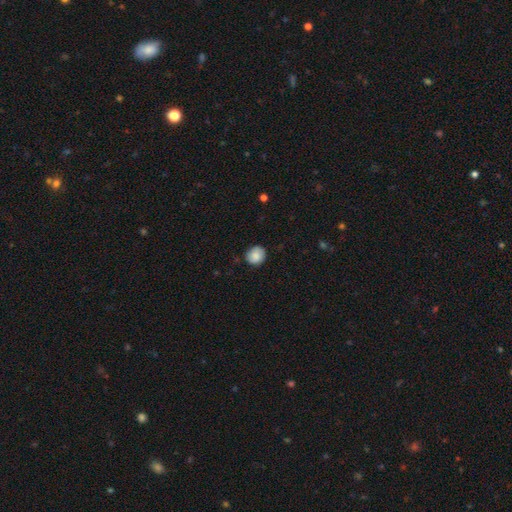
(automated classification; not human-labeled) smooth_or_featured: smooth (p=0.84) [alt: featured or disk p=0.08]
how_rounded: round (p=0.80) [alt: in between p=0.19]
merging: none (p=0.84) [alt: minor disturbance p=0.13]